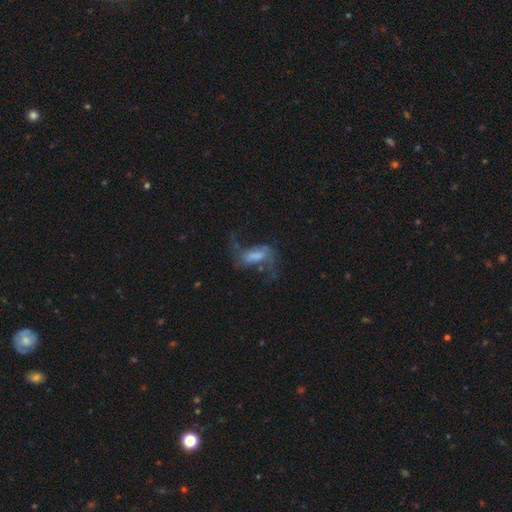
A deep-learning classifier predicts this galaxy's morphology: Smooth or featured: featured or disk — 53% (smooth — 36%)
Edge-on disk: no — 92% (yes — 8%)
Merging: major disturbance — 41% (none — 34%)